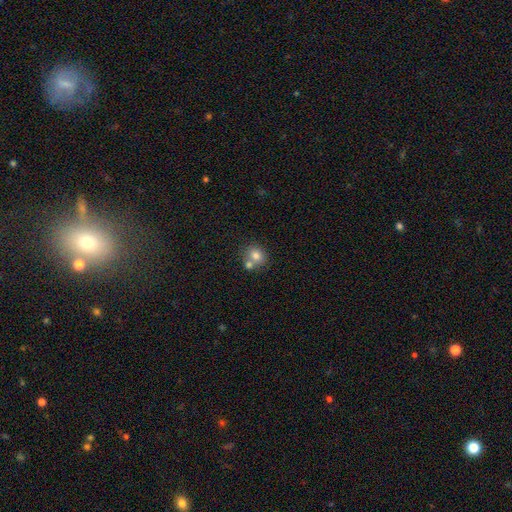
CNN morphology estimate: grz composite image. It shows a smooth galaxy with no disk features (76%) that is round (74%). Merging: none (48%).